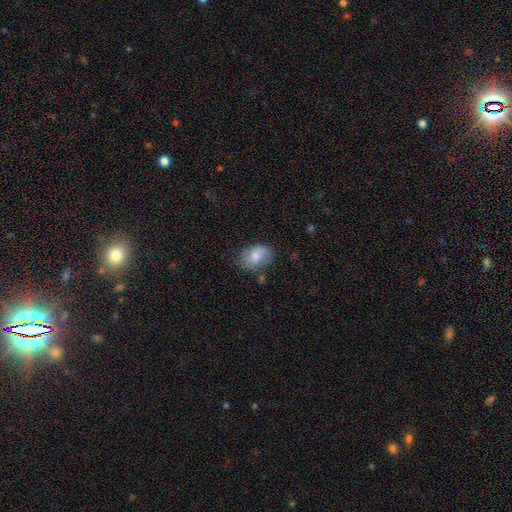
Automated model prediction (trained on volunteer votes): This appears to be a smooth galaxy with no disk features (74%) that is in between round and cigar-shaped (76%). Merging: none (62%).